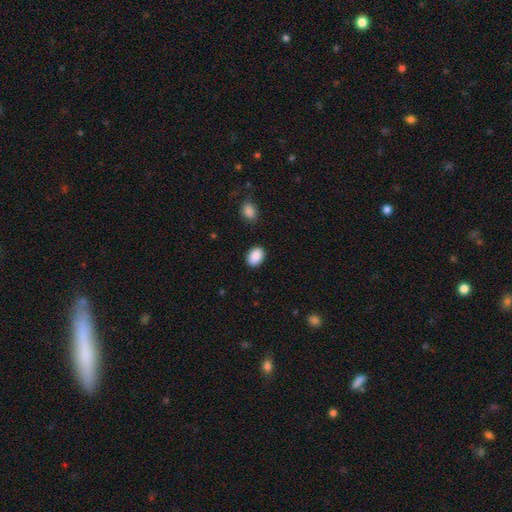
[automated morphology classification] smooth 89%, star or artifact 7%, featured or disk 4%. Down the decision tree: how rounded — in between (78%); merging — none (86%).